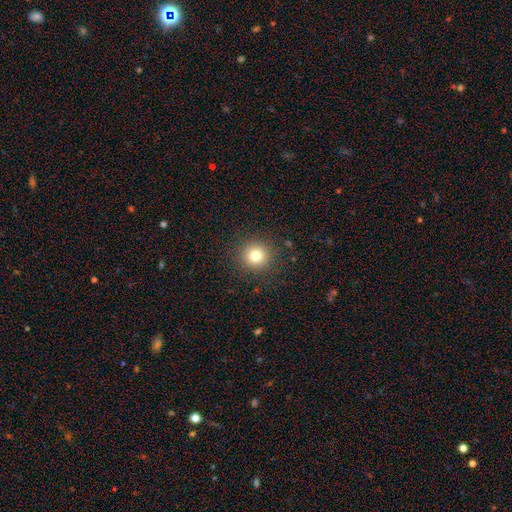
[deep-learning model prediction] Q: Smooth or featured?
A: smooth (79%); runner-up: star or artifact (13%)
Q: How rounded?
A: round (95%); runner-up: in between (5%)
Q: Merging?
A: none (91%); runner-up: minor disturbance (6%)